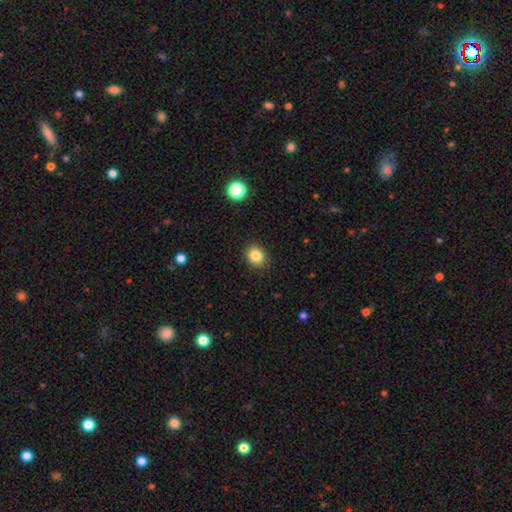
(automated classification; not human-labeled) Smooth or featured: smooth — 84% (star or artifact — 11%)
How rounded: round — 63% (in between — 36%)
Merging: none — 89% (minor disturbance — 7%)